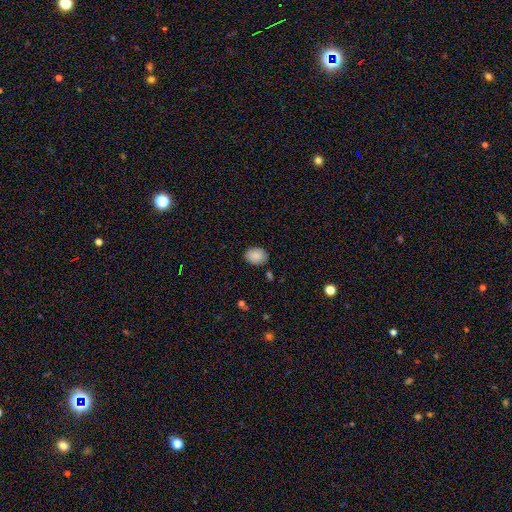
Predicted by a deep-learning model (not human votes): The model was most divided on "how rounded": in between: 59%, round: 40%, cigar-shaped: 1%. More confident: smooth or featured — smooth (88%); merging — none (84%).